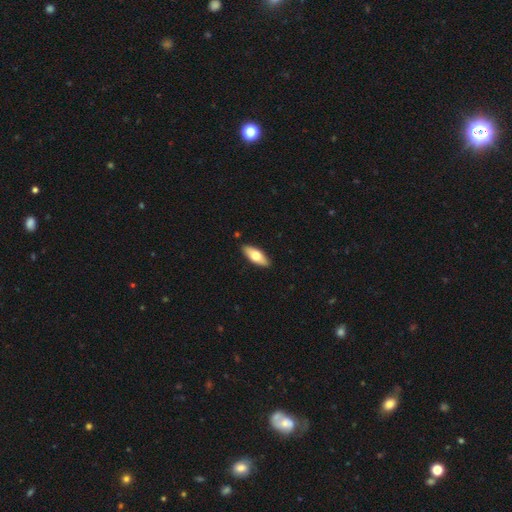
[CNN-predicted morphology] Smooth or featured: smooth — 66% (featured or disk — 29%)
How rounded: in between — 74% (cigar-shaped — 24%)
Merging: none — 89% (minor disturbance — 8%)